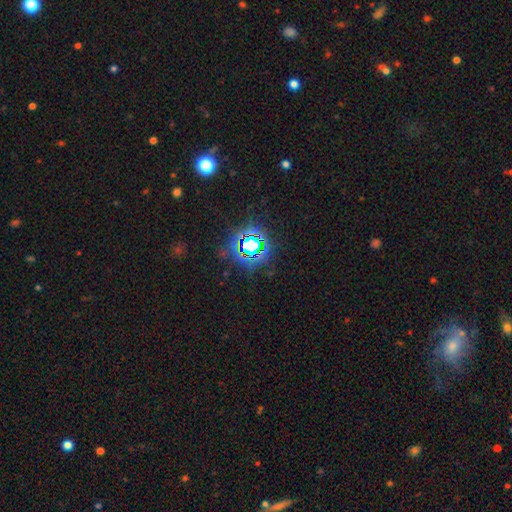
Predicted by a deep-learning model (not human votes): Morphology: type=star or artifact (79%).